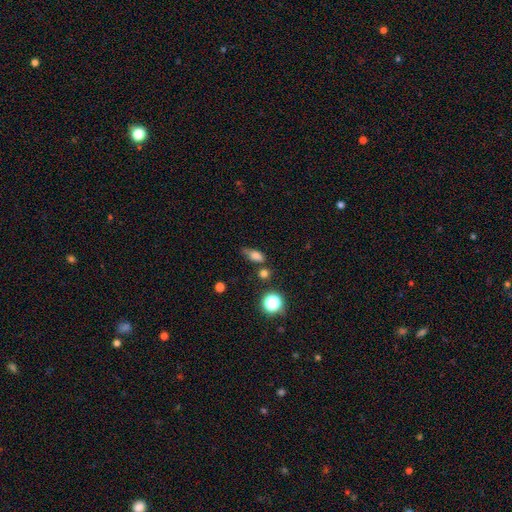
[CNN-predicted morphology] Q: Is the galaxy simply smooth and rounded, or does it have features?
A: smooth — 75%.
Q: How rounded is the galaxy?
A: in between — 72%.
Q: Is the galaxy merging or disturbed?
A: none — 48%.